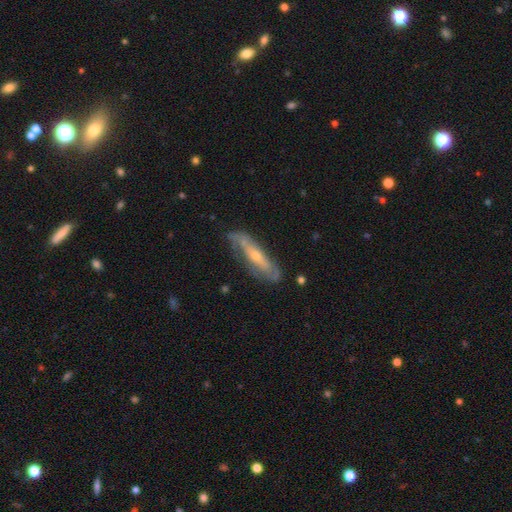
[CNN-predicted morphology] Smooth or featured?
  - featured or disk: 68% *
  - smooth: 26%
  - star or artifact: 7%
Edge-on disk?
  - no: 58% *
  - yes: 42%
Merging?
  - none: 67% *
  - minor disturbance: 23%
  - major disturbance: 8%
  - merger: 2%